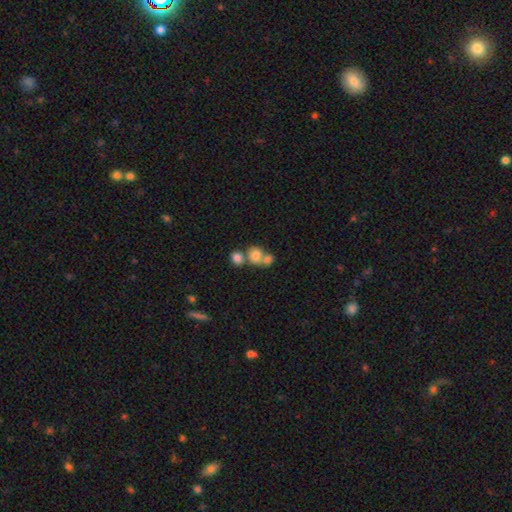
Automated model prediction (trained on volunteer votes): smooth-or-featured: smooth: 75% | featured or disk: 13% | star or artifact: 11%
  how-rounded: round: 70% | in between: 28% | cigar-shaped: 1%
  merging: merger: 54% | none: 34% | minor disturbance: 7% | major disturbance: 4%